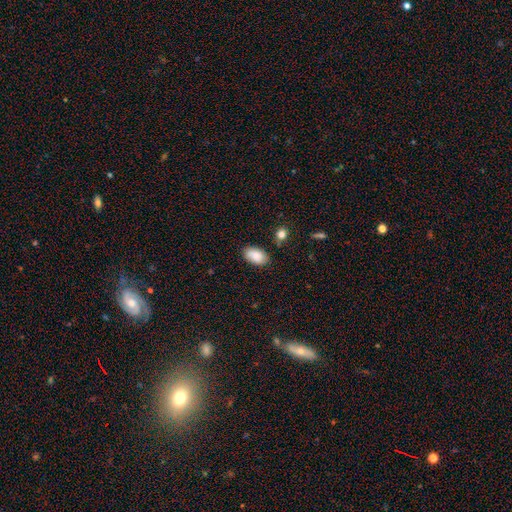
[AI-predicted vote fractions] The model was most divided on "merging": none: 83%, minor disturbance: 12%, major disturbance: 3%, merger: 2%. More confident: how rounded — in between (94%); smooth or featured — smooth (87%).